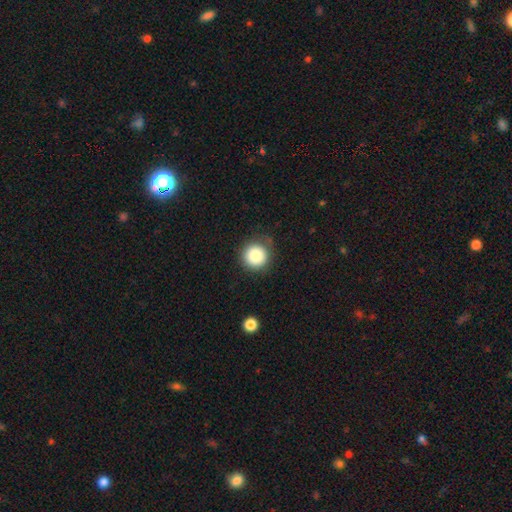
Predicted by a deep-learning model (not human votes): Overall: smooth (85%). How rounded: round (95%). Merging: none (84%).